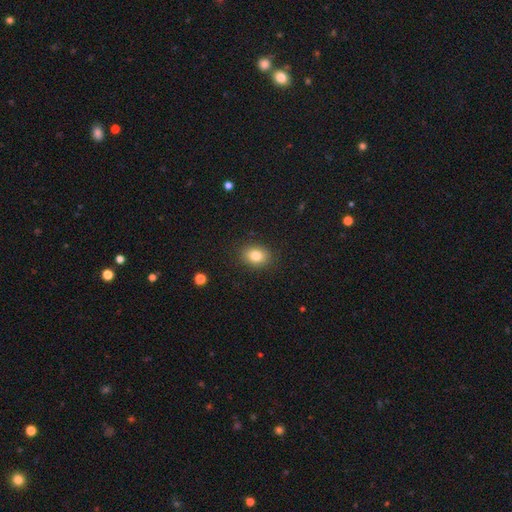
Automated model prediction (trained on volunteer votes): Smooth or featured? Predicted: smooth (p=0.82). How rounded? Predicted: in between (p=0.61). Merging? Predicted: none (p=0.88).